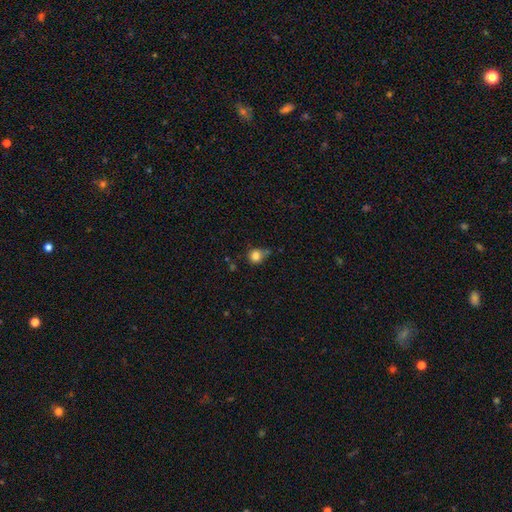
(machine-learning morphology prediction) Smooth or featured?
  - smooth: 82% *
  - star or artifact: 11%
  - featured or disk: 7%
How rounded?
  - round: 85% *
  - in between: 14%
  - cigar-shaped: 1%
Merging?
  - none: 52% *
  - minor disturbance: 30%
  - major disturbance: 9%
  - merger: 8%